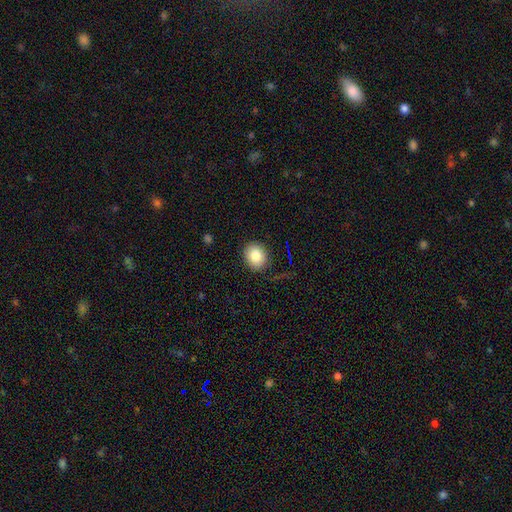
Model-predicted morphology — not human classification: Overall: smooth (83%). How rounded: round (72%). Merging: none (87%).